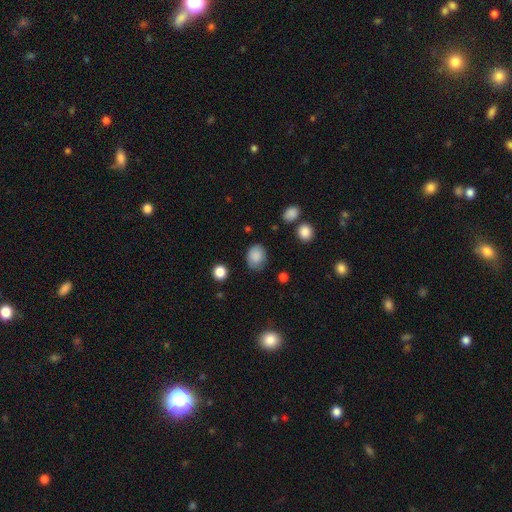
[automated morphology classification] A smooth galaxy with no disk features (86%) that is in between round and cigar-shaped (56%).

Vote fractions:
- Smooth or featured? smooth: 86% / star or artifact: 9% / featured or disk: 5%
- How rounded? in between: 56% / round: 43% / cigar-shaped: 1%
- Merging? none: 74% / minor disturbance: 19% / major disturbance: 5% / merger: 2%